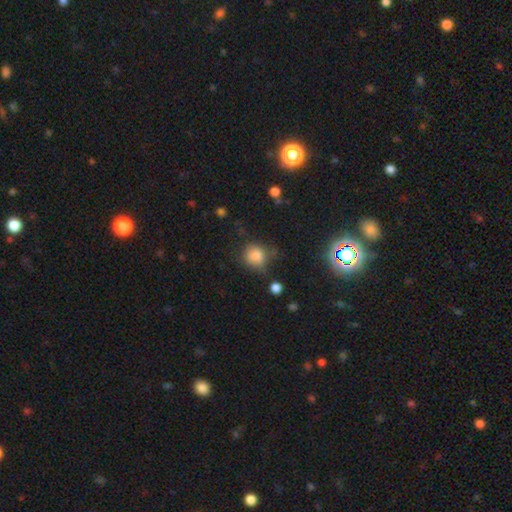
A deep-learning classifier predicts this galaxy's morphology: This appears to be a smooth galaxy with no disk features (80%) that is round (77%). Merging: none (56%).